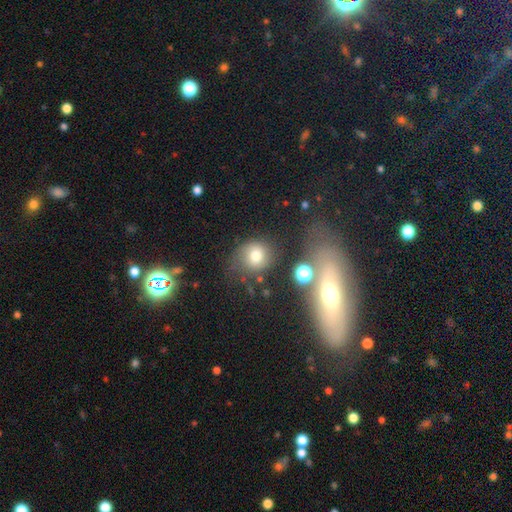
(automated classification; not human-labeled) Morphology: type=smooth (70%); roundness=round (77%); merging=none (62%).